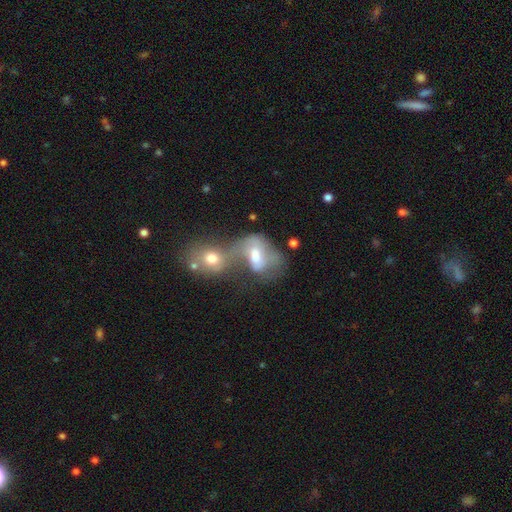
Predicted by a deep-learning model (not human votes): smooth_or_featured: smooth (p=0.50) [alt: featured or disk p=0.39]
how_rounded: in between (p=0.81) [alt: round p=0.17]
merging: merger (p=0.72) [alt: major disturbance p=0.13]